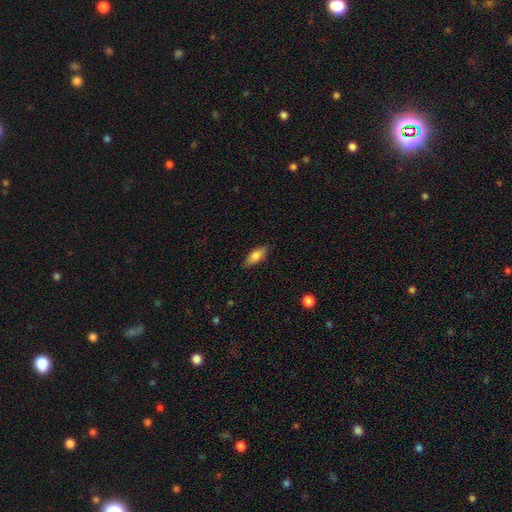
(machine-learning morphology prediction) Q: Smooth or featured?
A: smooth (78%); runner-up: featured or disk (15%)
Q: How rounded?
A: in between (75%); runner-up: cigar-shaped (22%)
Q: Merging?
A: none (85%); runner-up: minor disturbance (12%)